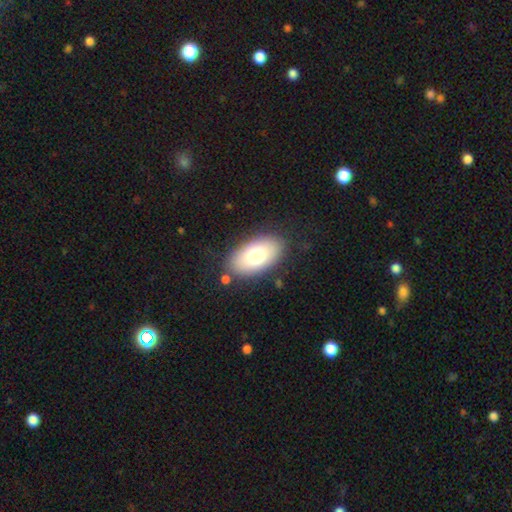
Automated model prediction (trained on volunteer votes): The model was most divided on "smooth or featured": smooth: 74%, featured or disk: 18%, star or artifact: 8%. More confident: how rounded — in between (93%); merging — none (83%).